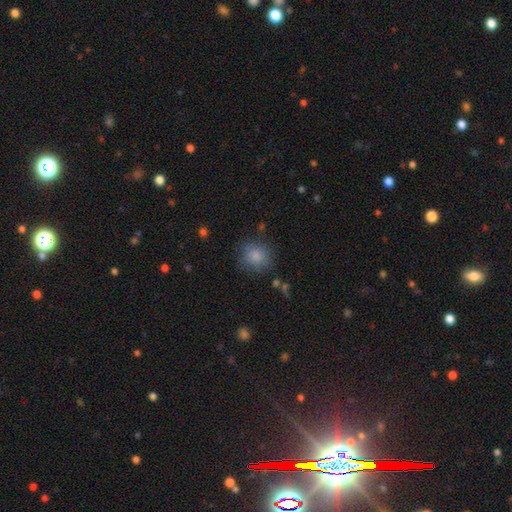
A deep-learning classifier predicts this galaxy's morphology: smooth 83%, star or artifact 10%, featured or disk 8%. Down the decision tree: how rounded — round (84%); merging — none (76%).